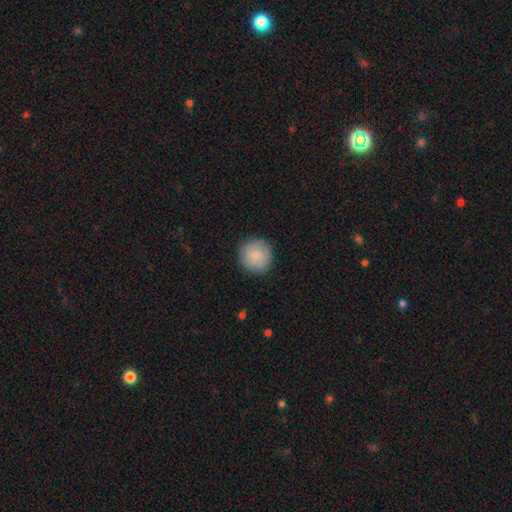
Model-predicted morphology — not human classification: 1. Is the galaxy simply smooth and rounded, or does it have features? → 83% smooth, 10% featured or disk, 7% star or artifact.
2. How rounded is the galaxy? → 95% round, 4% in between, 1% cigar-shaped.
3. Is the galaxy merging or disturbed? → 88% none, 9% minor disturbance, 2% major disturbance, 1% merger.